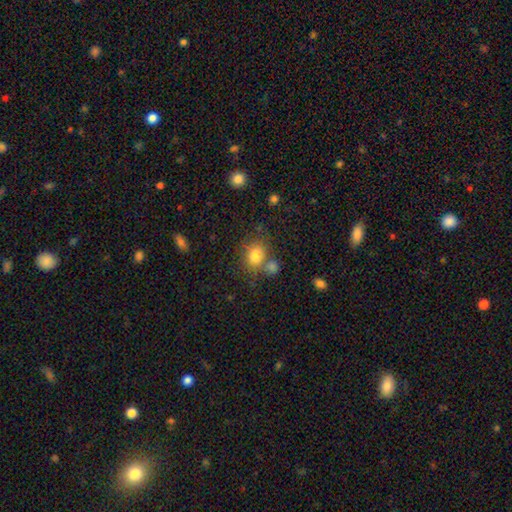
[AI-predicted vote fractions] Morphology: type=smooth (81%); roundness=round (56%); merging=none (54%).